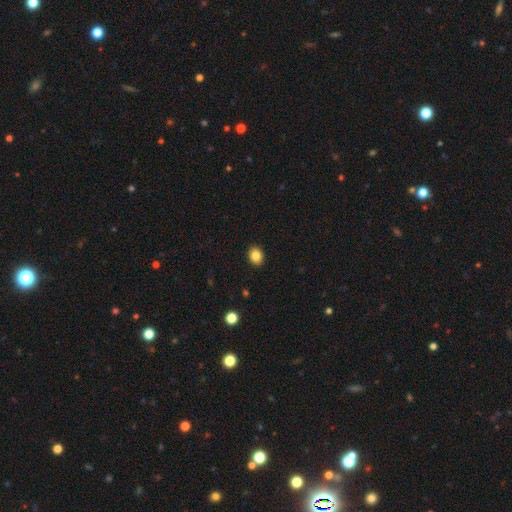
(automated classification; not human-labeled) Q: Smooth or featured?
A: smooth (85%); runner-up: star or artifact (10%)
Q: How rounded?
A: in between (51%); runner-up: round (49%)
Q: Merging?
A: none (92%); runner-up: minor disturbance (6%)